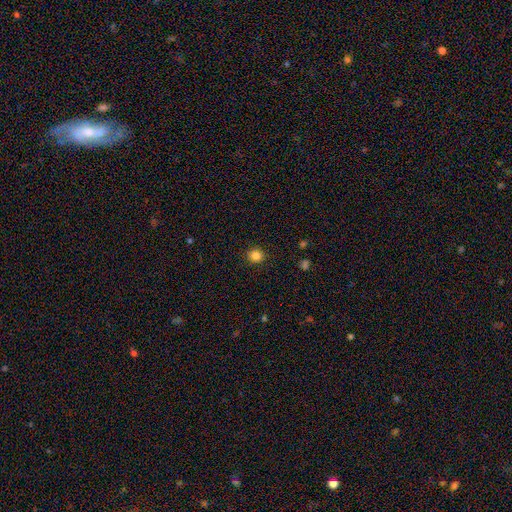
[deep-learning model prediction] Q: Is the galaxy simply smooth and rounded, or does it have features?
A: smooth — 84%.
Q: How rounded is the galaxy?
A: round — 91%.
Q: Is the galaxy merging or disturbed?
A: none — 91%.